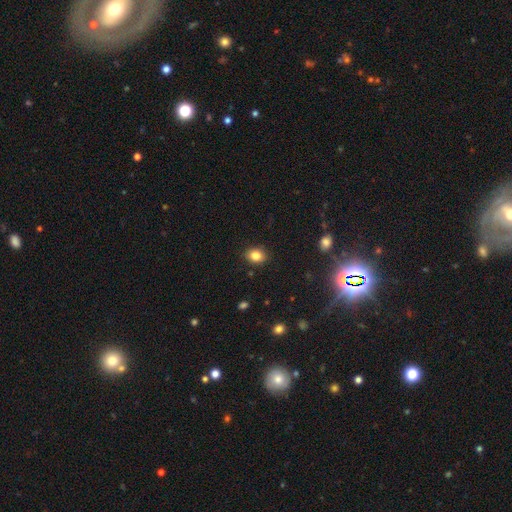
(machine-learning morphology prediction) Q: Smooth or featured?
A: smooth (84%); runner-up: star or artifact (10%)
Q: How rounded?
A: in between (51%); runner-up: round (48%)
Q: Merging?
A: none (89%); runner-up: minor disturbance (8%)